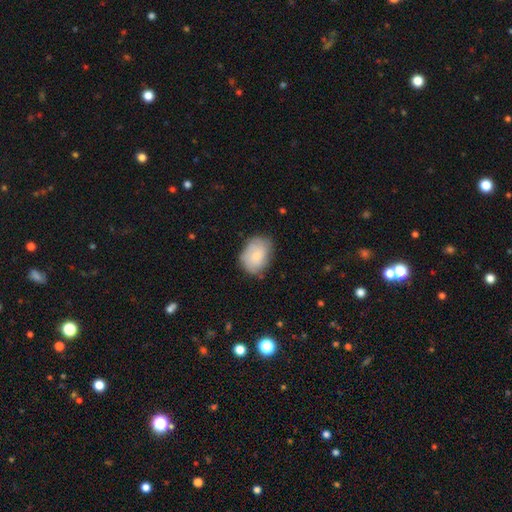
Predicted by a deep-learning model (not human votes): Q: Smooth or featured?
A: smooth (71%); runner-up: featured or disk (22%)
Q: How rounded?
A: in between (73%); runner-up: round (26%)
Q: Merging?
A: none (67%); runner-up: minor disturbance (25%)